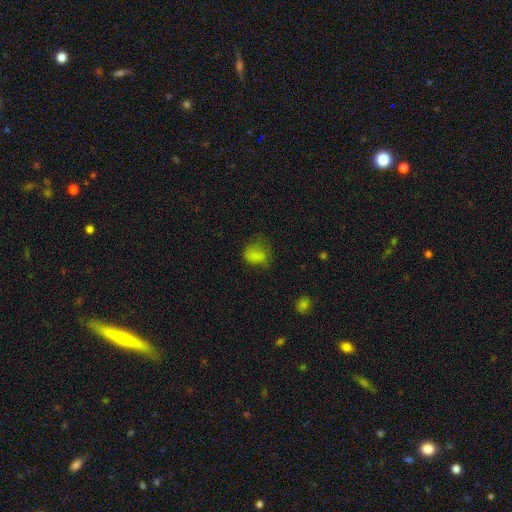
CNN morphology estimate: type=smooth (74%); roundness=in between (62%); merging=none (42%).